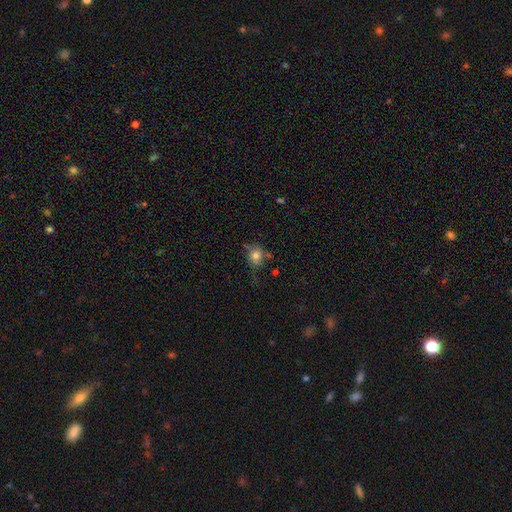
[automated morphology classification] This is likely a smooth galaxy (75%). How rounded: likely round (70%). Merging: possibly none (59%).